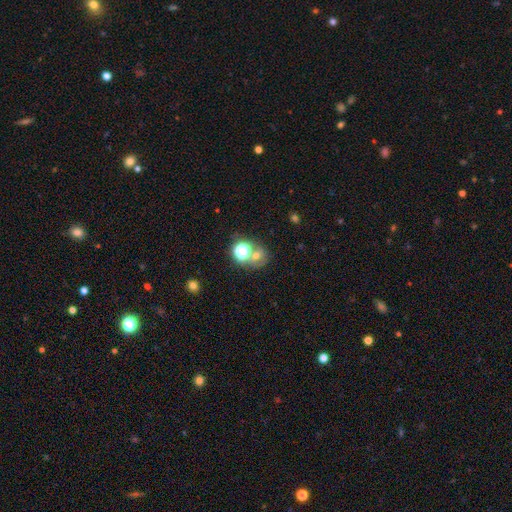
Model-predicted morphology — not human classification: type=smooth (52%); roundness=round (74%); merging=none (50%).